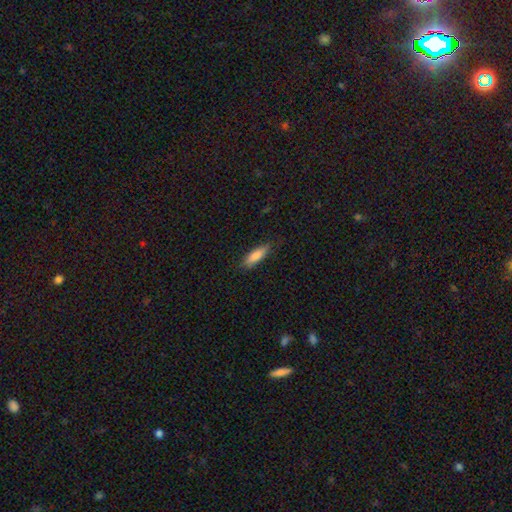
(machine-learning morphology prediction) The model was most divided on "how rounded": cigar-shaped: 50%, in between: 48%, round: 2%. More confident: smooth or featured — smooth (83%); merging — none (83%).